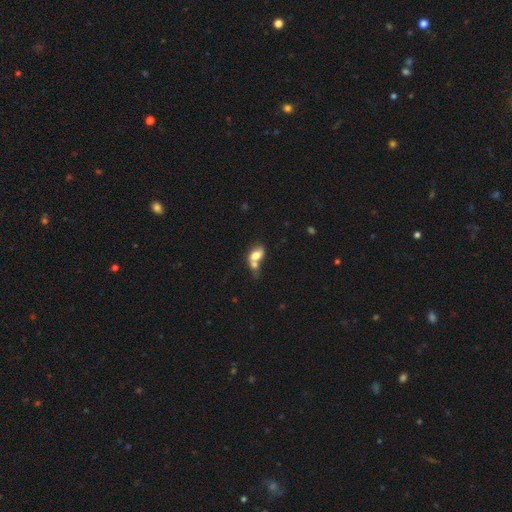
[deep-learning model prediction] Morphology: type=smooth (67%); roundness=in between (74%); merging=merger (67%).